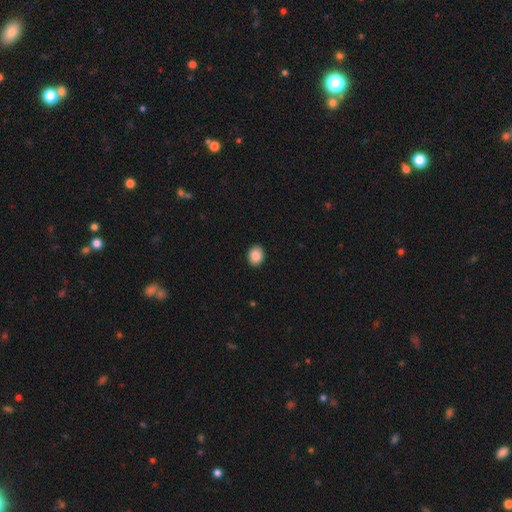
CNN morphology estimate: smooth 89%, star or artifact 8%, featured or disk 3%. Down the decision tree: how rounded — round (53%); merging — none (91%).